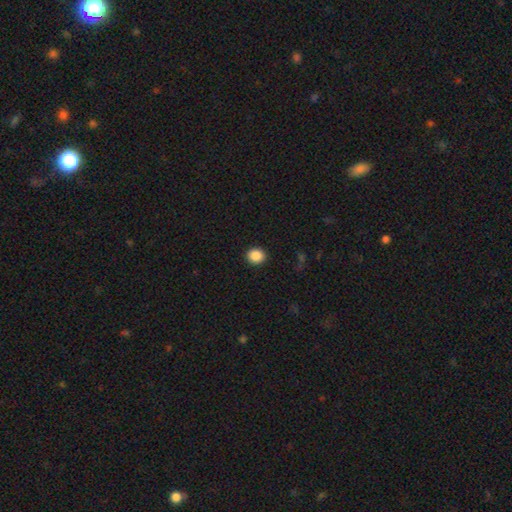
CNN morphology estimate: Smooth or featured? smooth (88%)
How rounded? round (78%)
Merging? none (91%)